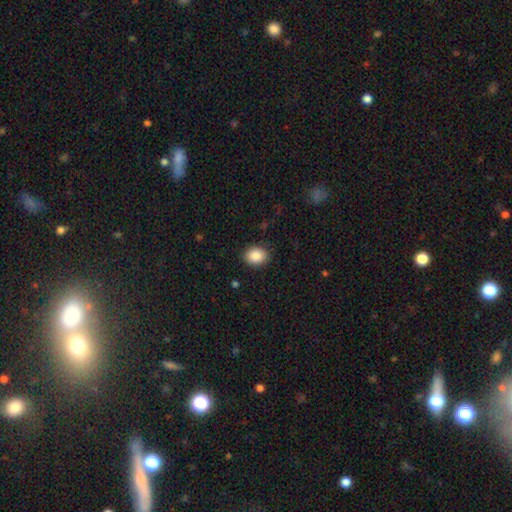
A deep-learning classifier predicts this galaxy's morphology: smooth-or-featured: smooth: 88% | star or artifact: 8% | featured or disk: 4%
  how-rounded: in between: 61% | round: 38% | cigar-shaped: 1%
  merging: none: 89% | minor disturbance: 8% | major disturbance: 2% | merger: 1%